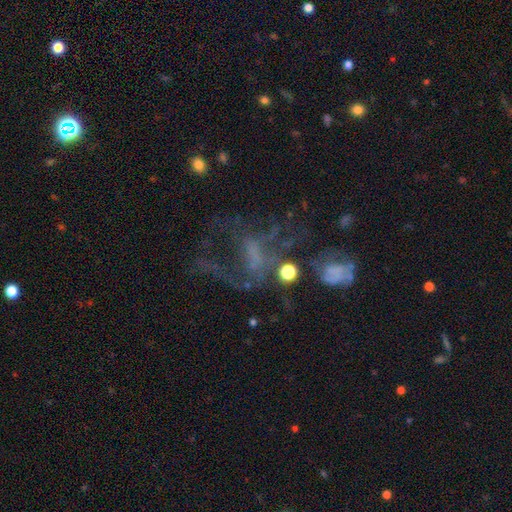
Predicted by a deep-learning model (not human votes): smooth-or-featured: featured or disk: 55% | star or artifact: 26% | smooth: 19%
  disk-edge-on: no: 96% | yes: 4%
    bar: no: 64% | weak: 25% | strong: 11%
    has-spiral-arms: no: 57% | yes: 43%
    bulge-size: none: 59% | small: 20% | moderate: 15% | large: 4% | dominant: 2%
  merging: major disturbance: 41% | none: 35% | minor disturbance: 14% | merger: 10%